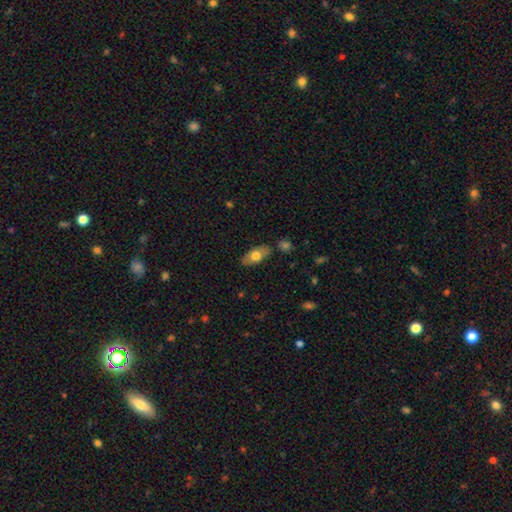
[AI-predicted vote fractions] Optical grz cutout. It shows a smooth galaxy with no disk features (70%) that is in between round and cigar-shaped (88%). Merging: none (83%).